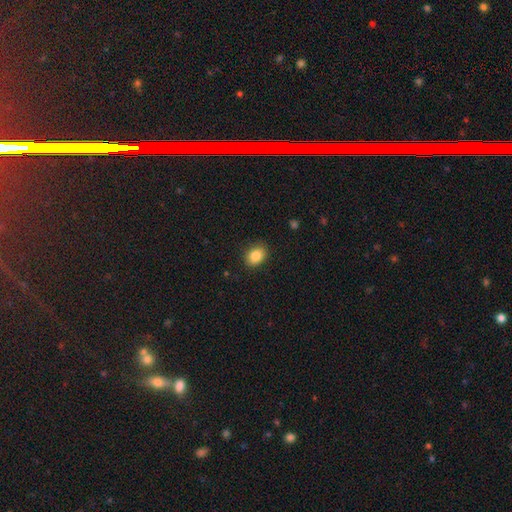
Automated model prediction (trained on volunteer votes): This is clearly a smooth galaxy (86%). How rounded: likely in between (70%). Merging: clearly none (87%).